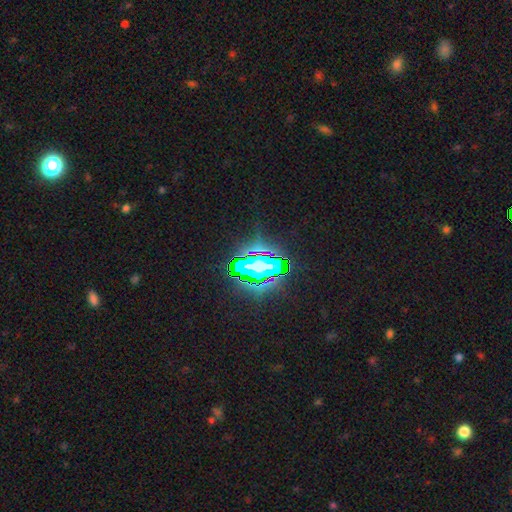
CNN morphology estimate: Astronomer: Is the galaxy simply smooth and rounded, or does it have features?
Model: star or artifact — 68%.